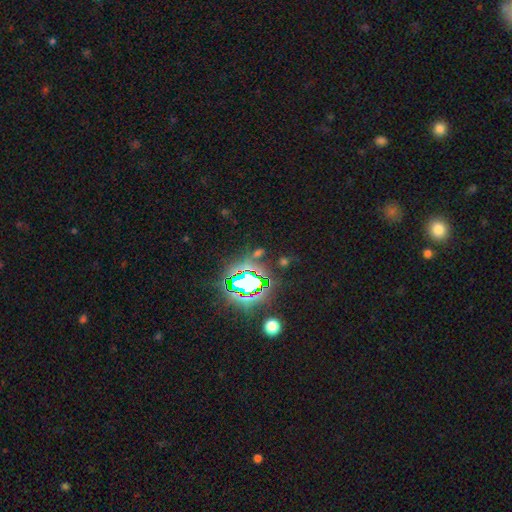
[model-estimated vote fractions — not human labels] smooth_or_featured: star or artifact (p=0.78) [alt: smooth p=0.13]